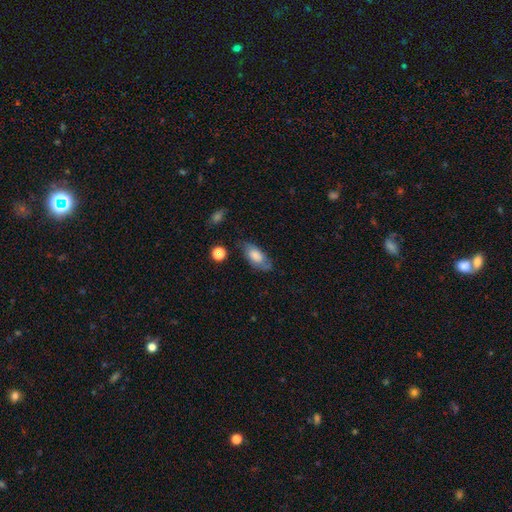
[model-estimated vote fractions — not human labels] A smooth galaxy with no disk features (57%) that is in between round and cigar-shaped (88%). Merging: none (63%).